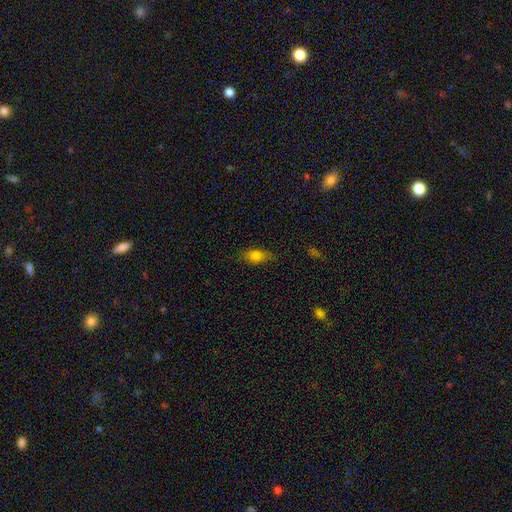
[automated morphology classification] Smooth or featured: smooth — 78% (featured or disk — 12%)
How rounded: in between — 82% (cigar-shaped — 10%)
Merging: none — 74% (minor disturbance — 20%)